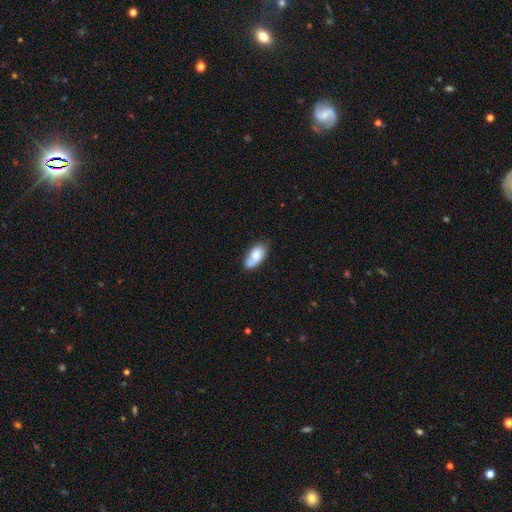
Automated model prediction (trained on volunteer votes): The model was most divided on "merging": none: 55%, minor disturbance: 27%, merger: 11%, major disturbance: 7%. More confident: how rounded — in between (91%); smooth or featured — smooth (75%).